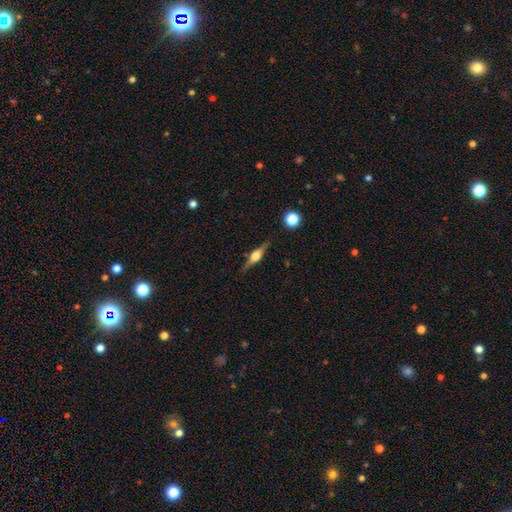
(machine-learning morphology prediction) Q: Smooth or featured?
A: featured or disk (75%); runner-up: smooth (18%)
Q: Edge-on disk?
A: yes (97%); runner-up: no (3%)
Q: Edge-on bulge?
A: rounded (89%); runner-up: boxy (9%)
Q: Merging?
A: none (86%); runner-up: minor disturbance (10%)